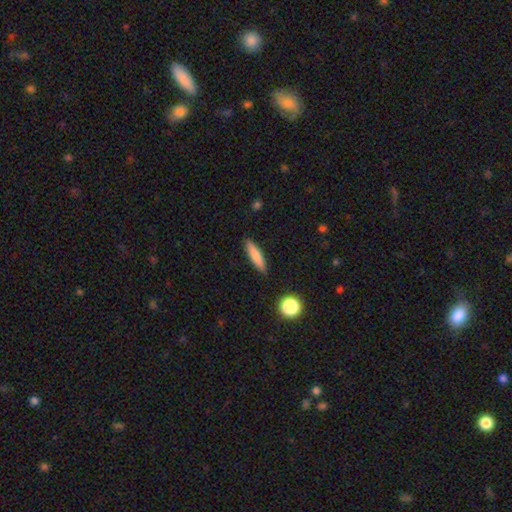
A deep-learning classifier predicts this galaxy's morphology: type=smooth (76%); roundness=cigar-shaped (77%); merging=none (88%).